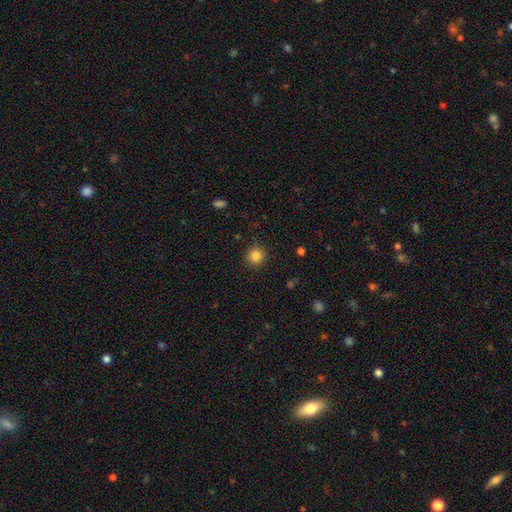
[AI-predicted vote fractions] This is clearly a smooth galaxy (85%). How rounded: clearly round (92%). Merging: clearly none (89%).